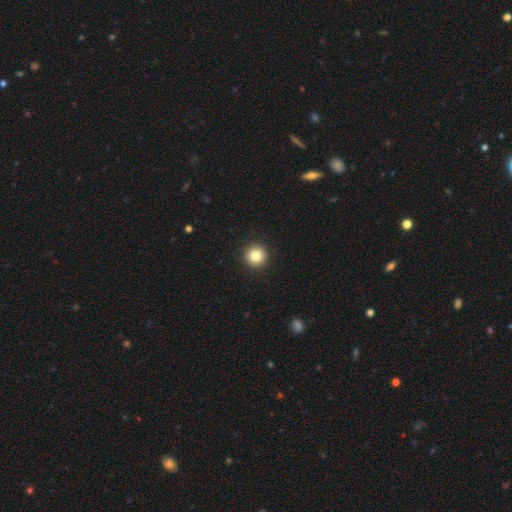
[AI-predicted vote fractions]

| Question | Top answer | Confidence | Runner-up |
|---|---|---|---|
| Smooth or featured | smooth | 83% | star or artifact (10%) |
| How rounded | round | 96% | in between (3%) |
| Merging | none | 93% | minor disturbance (4%) |